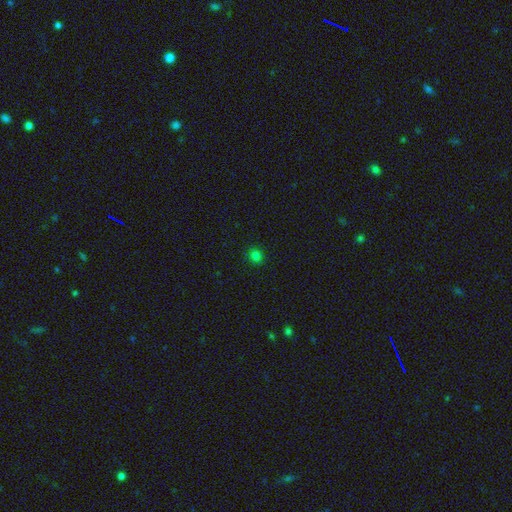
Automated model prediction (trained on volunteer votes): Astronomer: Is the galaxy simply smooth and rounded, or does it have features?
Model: smooth — 78%.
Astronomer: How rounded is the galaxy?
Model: round — 86%.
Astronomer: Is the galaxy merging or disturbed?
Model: none — 90%.